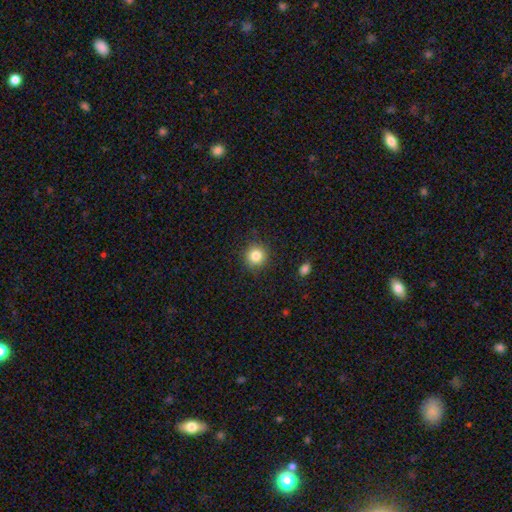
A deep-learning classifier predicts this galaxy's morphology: This is clearly a smooth galaxy (83%). How rounded: clearly round (93%). Merging: clearly none (90%).